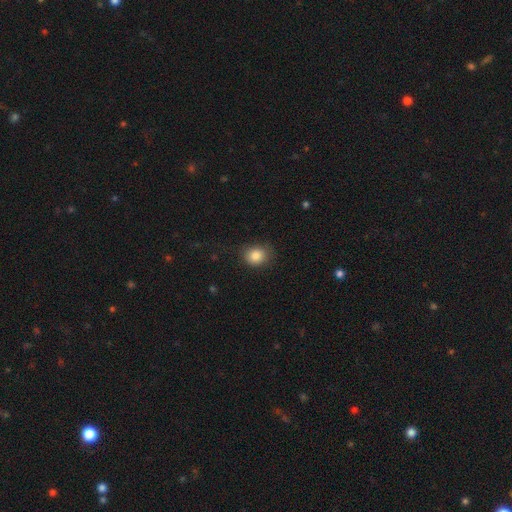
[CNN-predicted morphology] This is clearly a smooth galaxy (85%). How rounded: likely round (66%). Merging: likely none (77%).